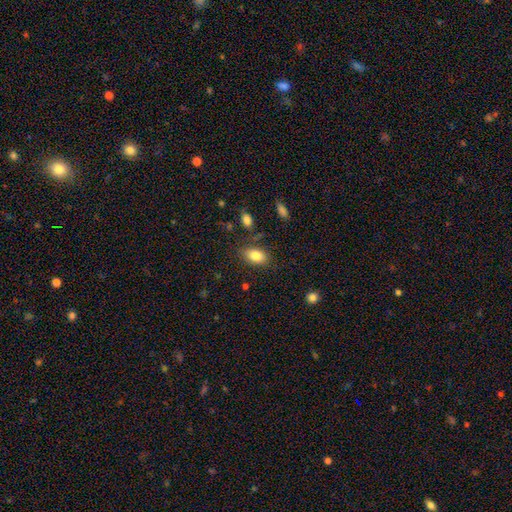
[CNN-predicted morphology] smooth-or-featured: smooth: 83% | featured or disk: 9% | star or artifact: 8%
  how-rounded: in between: 89% | round: 9% | cigar-shaped: 3%
  merging: none: 79% | minor disturbance: 14% | major disturbance: 4% | merger: 4%